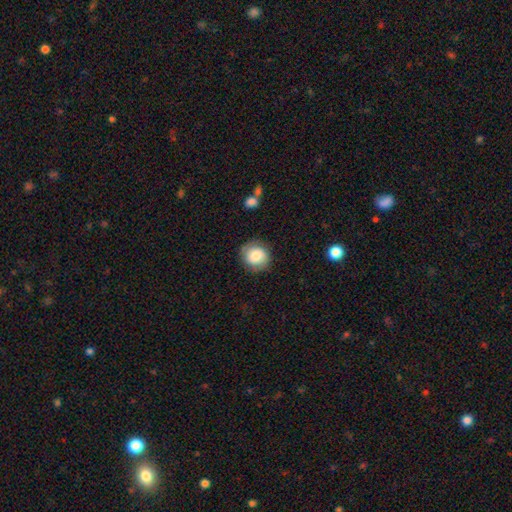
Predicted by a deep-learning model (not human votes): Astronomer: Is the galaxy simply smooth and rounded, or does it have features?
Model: smooth — 79%.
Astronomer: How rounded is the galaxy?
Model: round — 86%.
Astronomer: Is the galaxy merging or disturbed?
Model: none — 81%.